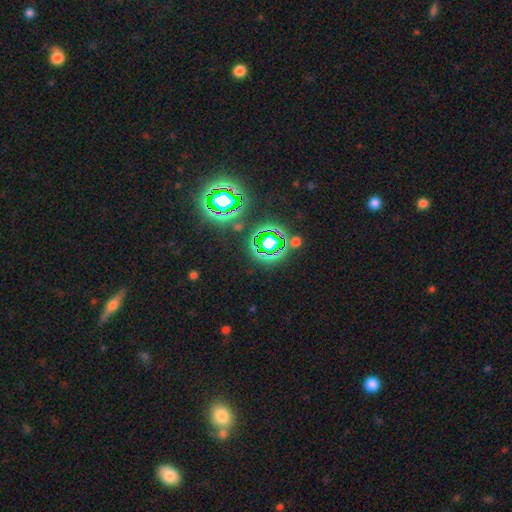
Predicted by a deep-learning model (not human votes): Smooth or featured? Predicted: star or artifact (p=0.77).